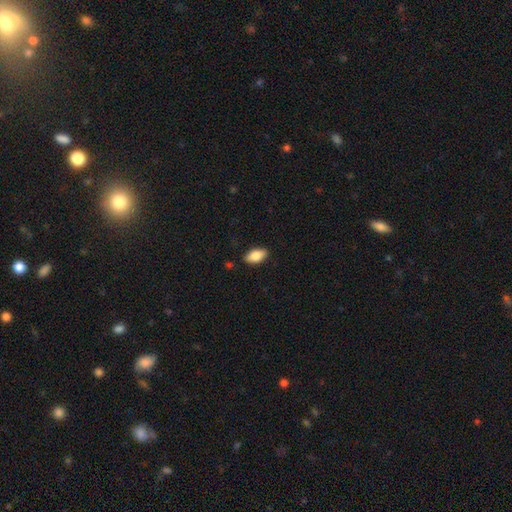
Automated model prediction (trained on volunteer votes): This is clearly a smooth galaxy (81%). How rounded: clearly in between (91%). Merging: clearly none (87%).